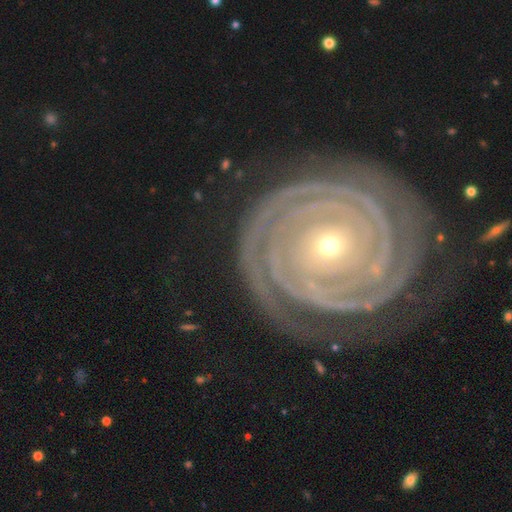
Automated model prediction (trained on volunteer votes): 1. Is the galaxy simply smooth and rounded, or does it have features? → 92% featured or disk, 5% star or artifact, 3% smooth.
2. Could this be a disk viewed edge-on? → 97% no, 3% yes.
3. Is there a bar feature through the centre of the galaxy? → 69% no, 16% strong, 15% weak.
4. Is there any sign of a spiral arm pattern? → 99% yes, 1% no.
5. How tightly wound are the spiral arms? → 93% tight, 6% medium, 1% loose.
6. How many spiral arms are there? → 44% 2, 15% 3, 12% can't tell, 11% 4, 10% more than 4, 7% 1.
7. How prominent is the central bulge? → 68% small, 29% moderate, 1% large, 1% dominant, 1% none.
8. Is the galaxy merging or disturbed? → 84% none, 11% minor disturbance, 4% major disturbance, 2% merger.